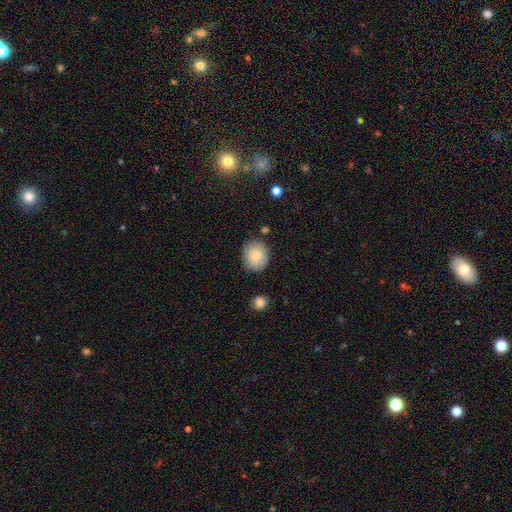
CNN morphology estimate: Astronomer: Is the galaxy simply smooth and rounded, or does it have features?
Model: smooth — 83%.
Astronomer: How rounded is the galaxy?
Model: round — 73%.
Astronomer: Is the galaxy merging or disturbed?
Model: none — 80%.